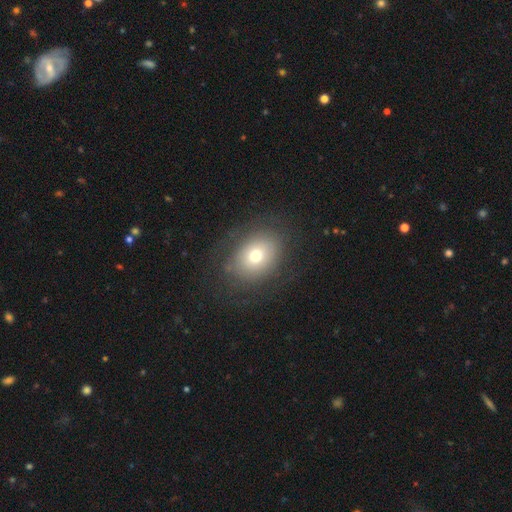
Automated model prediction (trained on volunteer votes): A smooth galaxy with no disk features (67%) that is in between round and cigar-shaped (61%). Merging: none (76%).